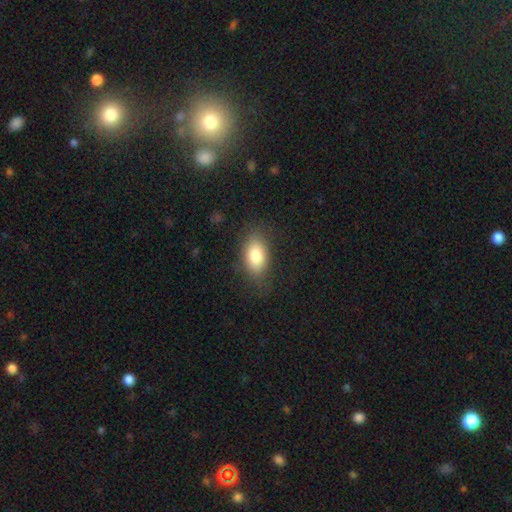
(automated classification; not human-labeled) Smooth or featured? smooth (80%)
How rounded? in between (89%)
Merging? none (77%)